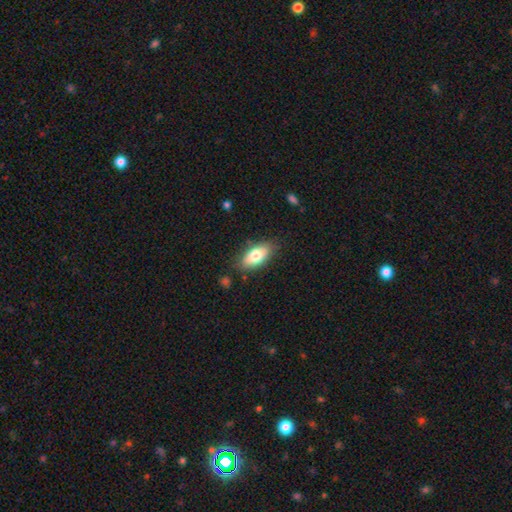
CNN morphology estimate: smooth 74%, featured or disk 19%, star or artifact 7%. Down the decision tree: how rounded — in between (91%); merging — none (80%).